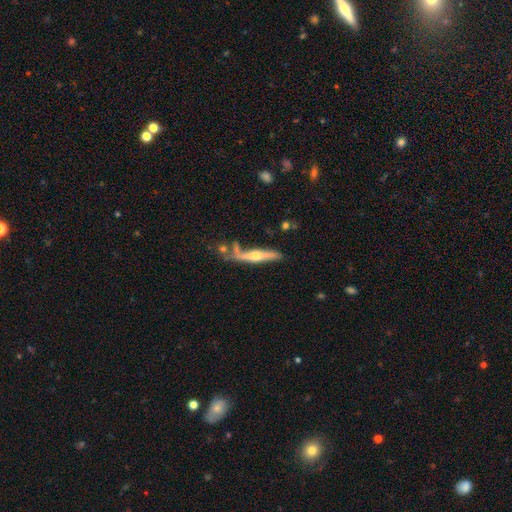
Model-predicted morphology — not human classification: This is likely a featured or disk galaxy (61%). It is clearly viewed edge-on (92%). Edge-on bulge: clearly rounded (90%). Merging: likely none (61%).